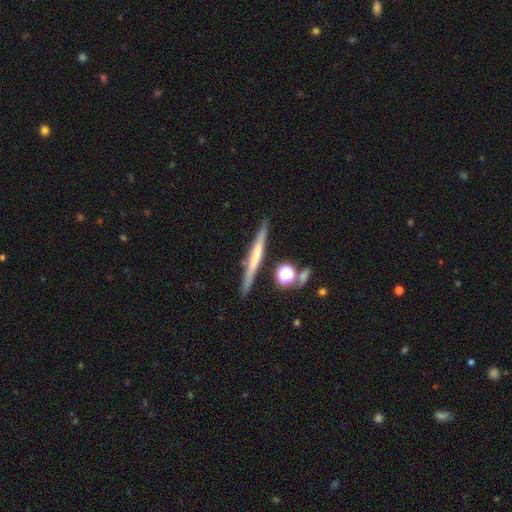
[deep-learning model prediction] Smooth or featured?
  - featured or disk: 54% *
  - smooth: 38%
  - star or artifact: 7%
Edge-on disk?
  - yes: 96% *
  - no: 4%
Edge-on bulge?
  - none: 67% *
  - rounded: 22%
  - boxy: 11%
Merging?
  - none: 86% *
  - minor disturbance: 8%
  - merger: 4%
  - major disturbance: 2%